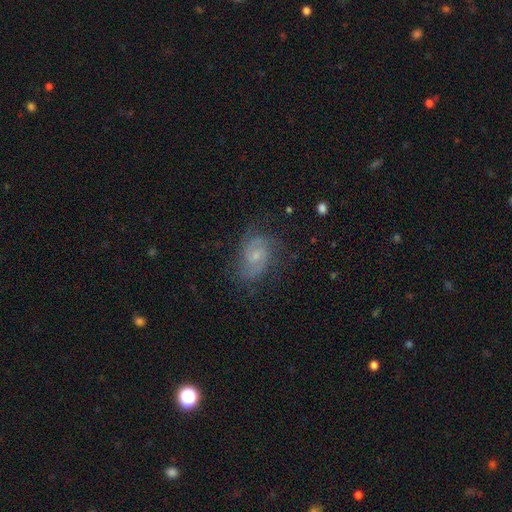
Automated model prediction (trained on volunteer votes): smooth-or-featured: featured or disk: 73% | smooth: 18% | star or artifact: 9%
  disk-edge-on: no: 97% | yes: 3%
    bar: no: 58% | weak: 37% | strong: 5%
    has-spiral-arms: yes: 92% | no: 8%
      spiral-winding: medium: 47% | tight: 36% | loose: 17%
      spiral-arm-count: 2: 66% | can't tell: 18% | 3: 8% | 1: 4% | 4: 3% | more than 4: 2%
    bulge-size: small: 63% | moderate: 30% | none: 5% | large: 2% | dominant: 1%
  merging: none: 69% | minor disturbance: 20% | major disturbance: 10% | merger: 1%